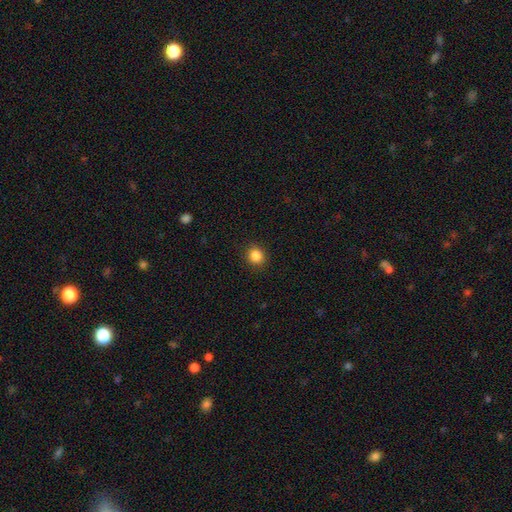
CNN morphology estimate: Smooth or featured: smooth — 86% (star or artifact — 11%)
How rounded: round — 86% (in between — 13%)
Merging: none — 91% (minor disturbance — 6%)